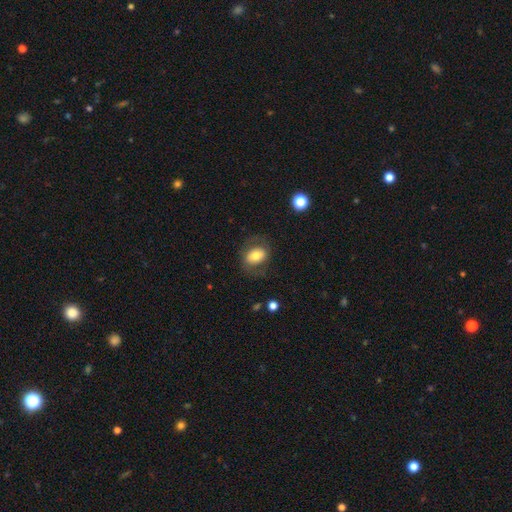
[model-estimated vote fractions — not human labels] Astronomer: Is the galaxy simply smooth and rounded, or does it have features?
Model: smooth — 65%.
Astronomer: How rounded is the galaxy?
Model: in between — 71%.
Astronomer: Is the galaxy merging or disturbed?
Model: none — 69%.